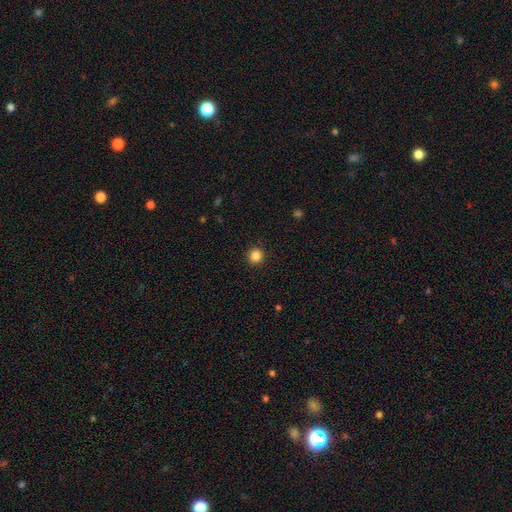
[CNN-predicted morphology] A smooth galaxy with no disk features (86%) that is round (94%). Merging: none (92%).